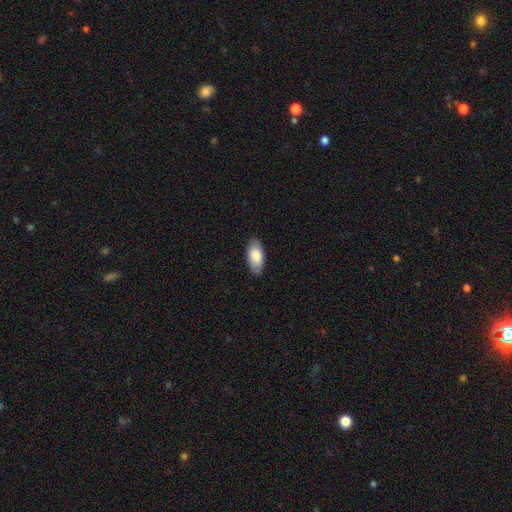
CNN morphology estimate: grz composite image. It shows a smooth galaxy with no disk features (83%) that is in between round and cigar-shaped (92%). Merging: none (86%).